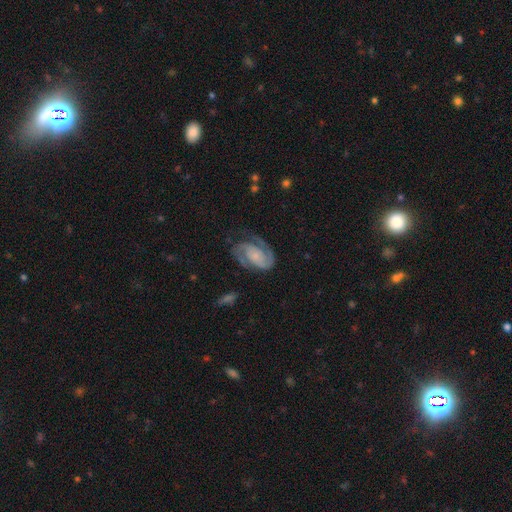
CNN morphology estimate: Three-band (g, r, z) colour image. It shows a featured or disk galaxy (86%) with no bar (62%), 2 (85%) tight (48%) spiral arms (97%) and a small central bulge (53%). Merging: none (68%).